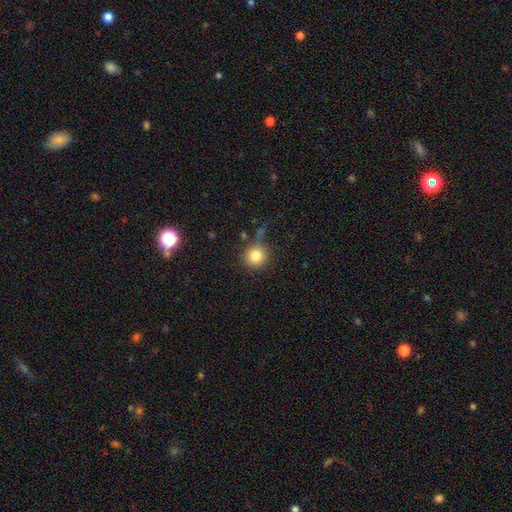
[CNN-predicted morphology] Q: Smooth or featured?
A: smooth (83%); runner-up: star or artifact (11%)
Q: How rounded?
A: round (93%); runner-up: in between (6%)
Q: Merging?
A: none (76%); runner-up: minor disturbance (14%)